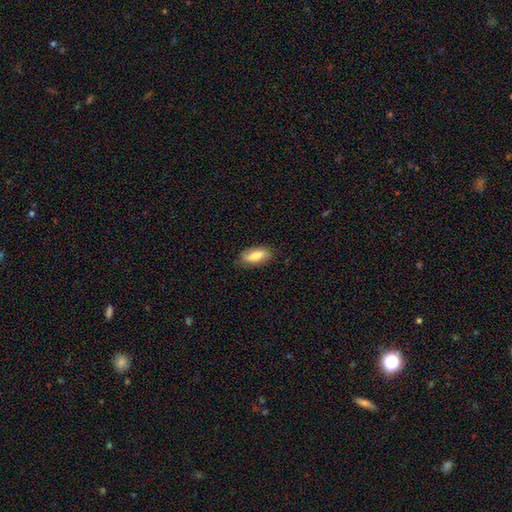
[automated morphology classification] This is likely a smooth galaxy (75%). How rounded: clearly in between (82%). Merging: clearly none (82%).